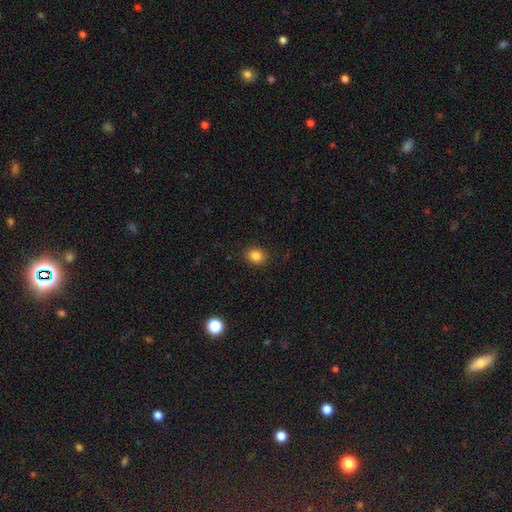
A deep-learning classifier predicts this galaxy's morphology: Smooth or featured? smooth (85%)
How rounded? round (54%)
Merging? none (89%)